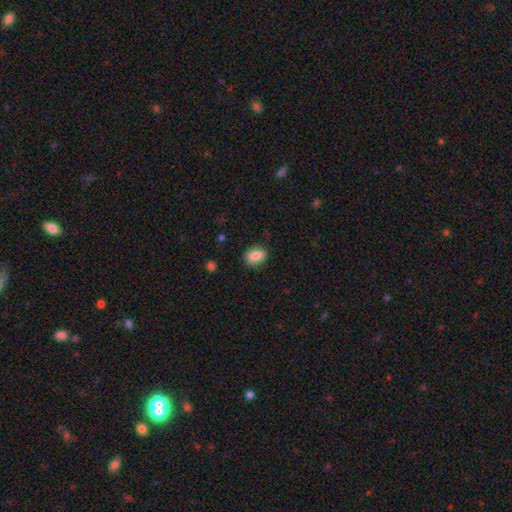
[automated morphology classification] Smooth or featured: smooth — 84% (featured or disk — 8%)
How rounded: in between — 76% (round — 21%)
Merging: none — 84% (minor disturbance — 12%)